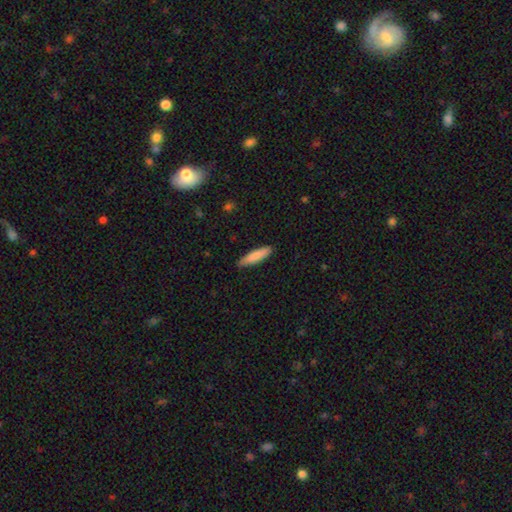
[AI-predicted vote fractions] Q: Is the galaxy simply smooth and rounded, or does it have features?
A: smooth — 84%.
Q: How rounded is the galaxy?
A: cigar-shaped — 75%.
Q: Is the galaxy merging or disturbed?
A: none — 83%.